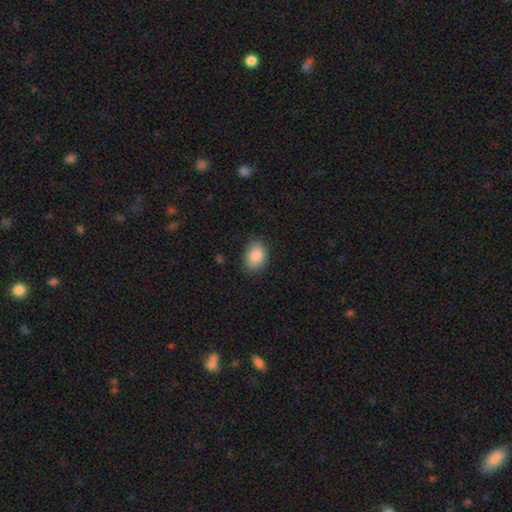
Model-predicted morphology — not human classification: A smooth galaxy with no disk features (89%) that is in between round and cigar-shaped (76%).

Vote fractions:
- Smooth or featured? smooth: 89% / star or artifact: 7% / featured or disk: 4%
- How rounded? in between: 76% / round: 23% / cigar-shaped: 1%
- Merging? none: 81% / minor disturbance: 14% / major disturbance: 3% / merger: 1%